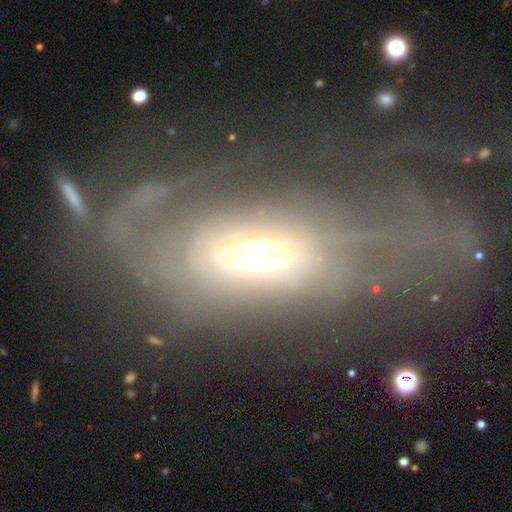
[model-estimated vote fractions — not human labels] A featured or disk galaxy (66%) with no bar (70%), no spiral arms (53%) and a moderate central bulge (52%).

Vote fractions:
- Smooth or featured? featured or disk: 66% / smooth: 23% / star or artifact: 11%
- Edge-on disk? no: 84% / yes: 16%
- Bar? no: 70% / weak: 18% / strong: 12%
- Spiral arms? no: 53% / yes: 47%
- Bulge size? moderate: 52% / large: 31% / small: 8% / dominant: 7% / none: 2%
- Merging? major disturbance: 51% / none: 30% / minor disturbance: 15% / merger: 4%